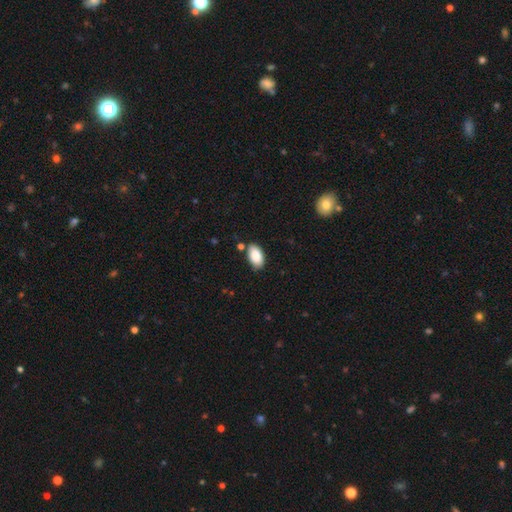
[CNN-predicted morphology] The model was most divided on "merging": none: 79%, minor disturbance: 14%, merger: 4%, major disturbance: 3%. More confident: how rounded — in between (94%); smooth or featured — smooth (87%).